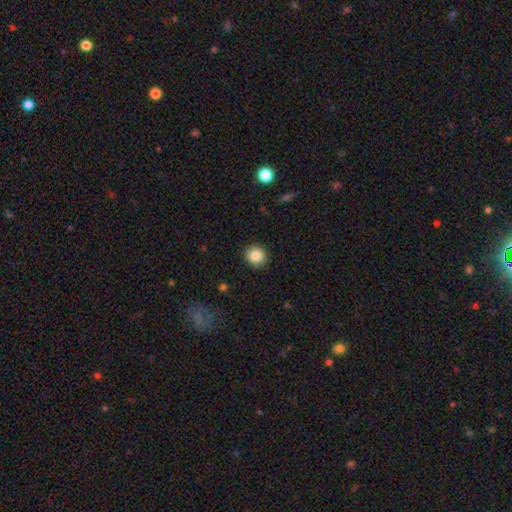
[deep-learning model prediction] Smooth or featured? Predicted: smooth (p=0.86). How rounded? Predicted: round (p=0.88). Merging? Predicted: none (p=0.91).